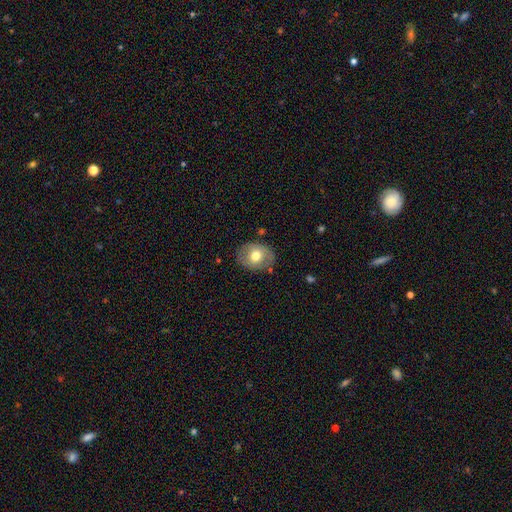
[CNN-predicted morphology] Smooth or featured?
  - smooth: 63% *
  - featured or disk: 30%
  - star or artifact: 7%
How rounded?
  - in between: 57% *
  - round: 42%
  - cigar-shaped: 1%
Merging?
  - none: 80% *
  - minor disturbance: 14%
  - major disturbance: 4%
  - merger: 2%